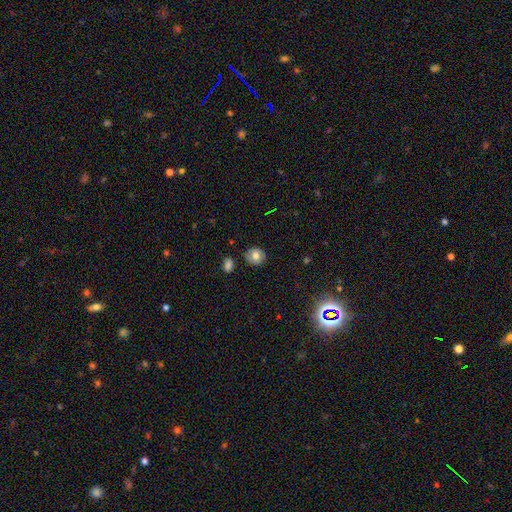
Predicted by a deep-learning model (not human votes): Smooth or featured?
  - smooth: 70% *
  - featured or disk: 19%
  - star or artifact: 11%
How rounded?
  - round: 80% *
  - in between: 19%
  - cigar-shaped: 1%
Merging?
  - none: 86% *
  - minor disturbance: 10%
  - major disturbance: 2%
  - merger: 2%